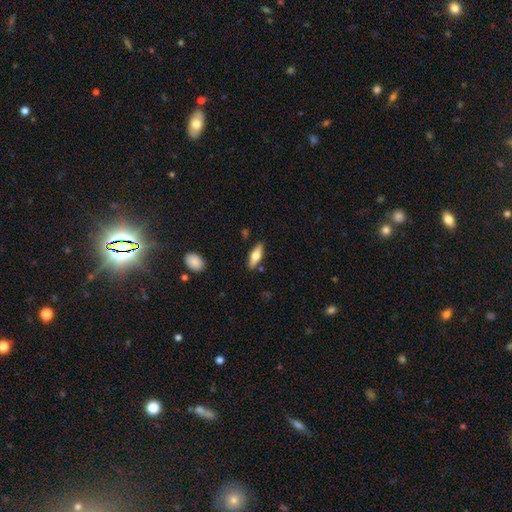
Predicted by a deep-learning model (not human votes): Overall: smooth (56%; featured or disk 38%). How rounded: in between (61%; cigar-shaped 37%). Merging: none (85%).